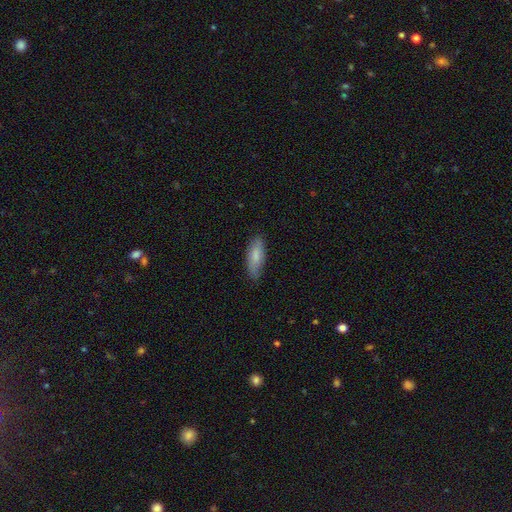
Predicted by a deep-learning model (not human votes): The model was most divided on "how rounded": in between: 66%, cigar-shaped: 32%, round: 2%. More confident: smooth or featured — smooth (80%); merging — none (77%).